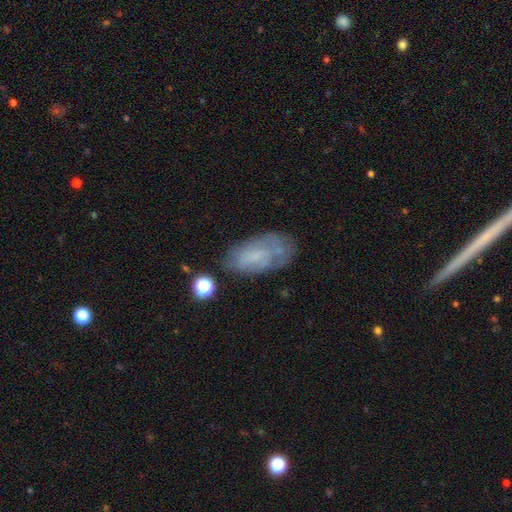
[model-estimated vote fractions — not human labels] Overall: featured or disk (44%, tied with smooth). Merging: none (62%; minor disturbance 23%).